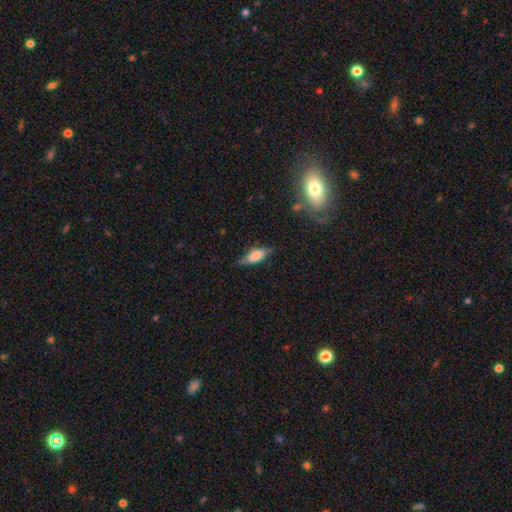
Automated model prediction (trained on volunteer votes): A smooth galaxy with no disk features (59%) that is in between round and cigar-shaped (60%).

Vote fractions:
- Smooth or featured? smooth: 59% / featured or disk: 33% / star or artifact: 8%
- How rounded? in between: 60% / cigar-shaped: 37% / round: 3%
- Merging? none: 71% / minor disturbance: 22% / major disturbance: 6% / merger: 2%